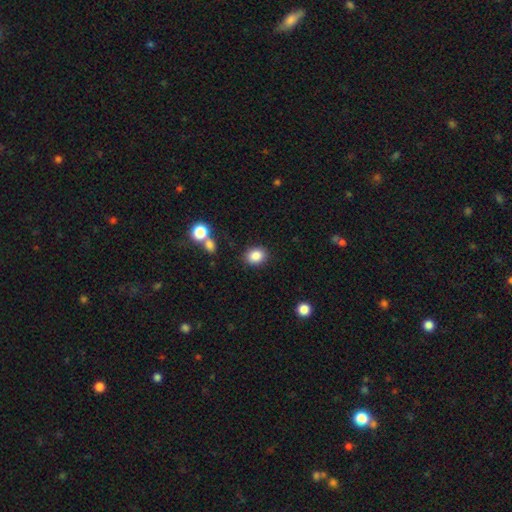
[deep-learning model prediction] A smooth galaxy with no disk features (87%) that is round (51%). Merging: none (85%).